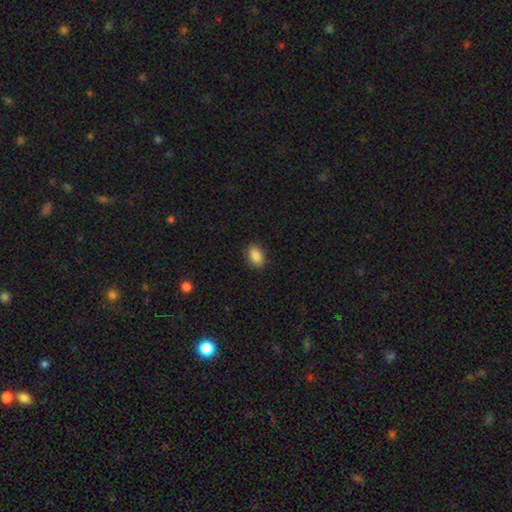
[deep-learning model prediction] A smooth galaxy with no disk features (87%) that is in between round and cigar-shaped (85%). Merging: none (88%).